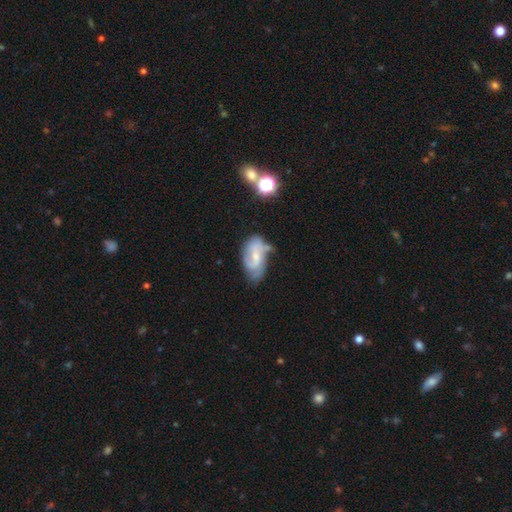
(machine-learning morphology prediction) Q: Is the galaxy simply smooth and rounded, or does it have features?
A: featured or disk — 70%.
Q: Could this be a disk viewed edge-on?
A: no — 96%.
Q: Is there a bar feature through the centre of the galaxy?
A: weak — 48%.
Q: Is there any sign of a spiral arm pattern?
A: yes — 88%.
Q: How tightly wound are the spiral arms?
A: medium — 46%.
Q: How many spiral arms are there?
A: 2 — 62%.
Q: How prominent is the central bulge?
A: small — 52%.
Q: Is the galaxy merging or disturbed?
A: none — 48%.